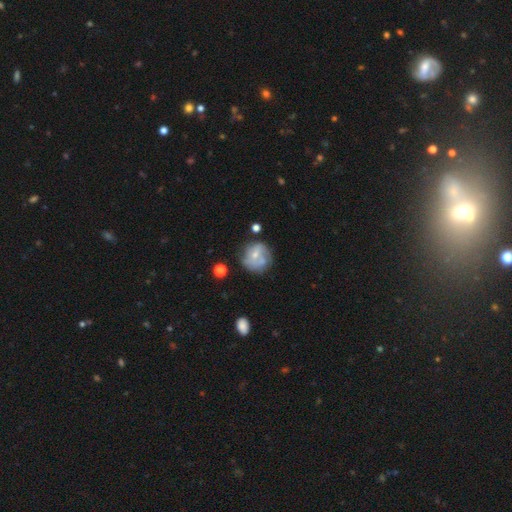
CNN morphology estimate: This appears to be a featured or disk galaxy (47%). Merging: none (52%).